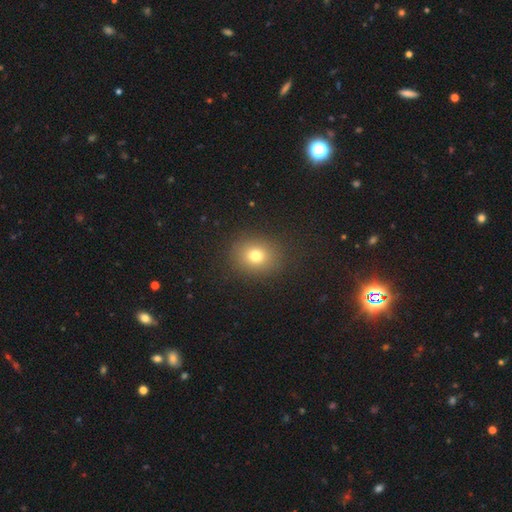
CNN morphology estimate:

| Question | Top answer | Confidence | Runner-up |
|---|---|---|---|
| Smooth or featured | smooth | 75% | star or artifact (16%) |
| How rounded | round | 69% | in between (30%) |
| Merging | none | 88% | minor disturbance (7%) |